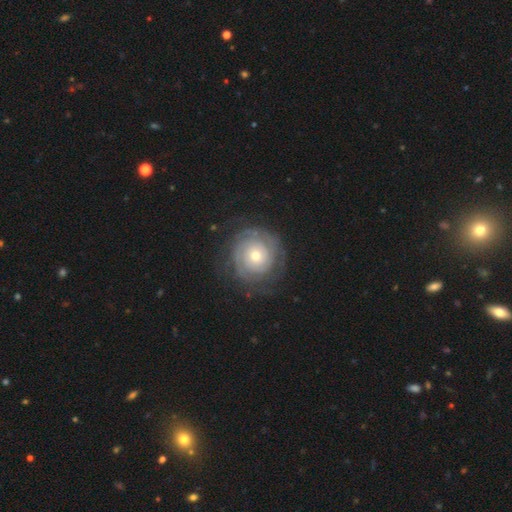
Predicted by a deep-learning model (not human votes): Overall: featured or disk (73%). Edge-on disk: no (97%). Bar: no (86%). Spiral arms: yes (85%). Spiral arm count: can't tell (45%; 2 25%). Spiral winding: tight (82%). Bulge size: moderate (50%; small 44%). Merging: none (78%).